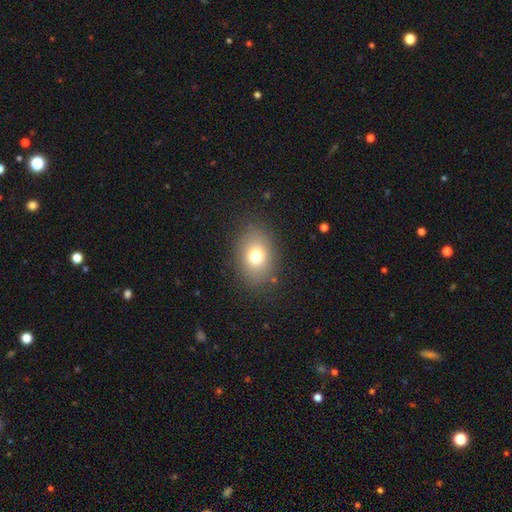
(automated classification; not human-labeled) smooth_or_featured: smooth (p=0.74) [alt: star or artifact p=0.13]
how_rounded: in between (p=0.66) [alt: round p=0.33]
merging: none (p=0.85) [alt: minor disturbance p=0.10]